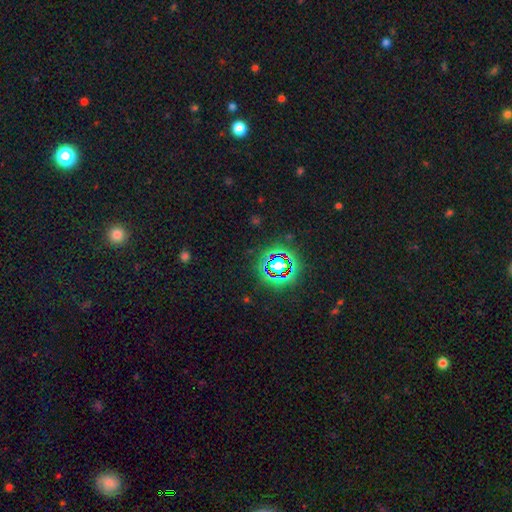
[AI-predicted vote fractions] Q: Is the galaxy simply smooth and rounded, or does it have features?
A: star or artifact — 80%.